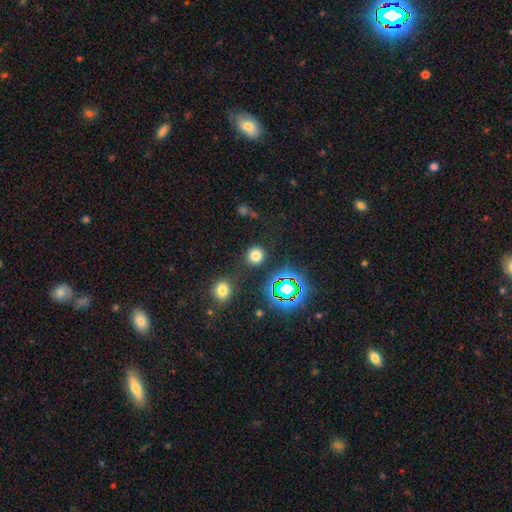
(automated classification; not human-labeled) A smooth galaxy with no disk features (70%) that is round (91%).

Vote fractions:
- Smooth or featured? smooth: 70% / star or artifact: 23% / featured or disk: 7%
- How rounded? round: 91% / in between: 8% / cigar-shaped: 1%
- Merging? none: 86% / minor disturbance: 8% / merger: 3% / major disturbance: 3%